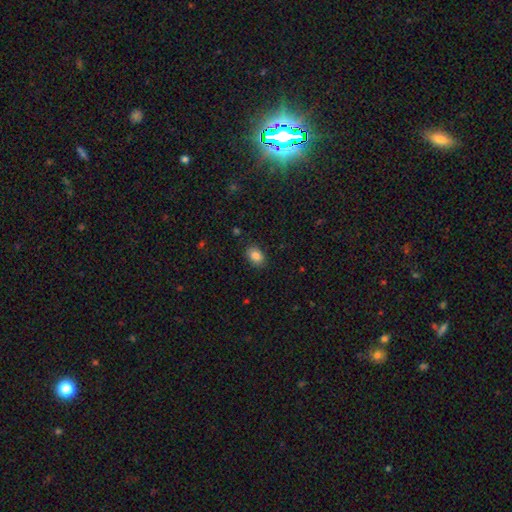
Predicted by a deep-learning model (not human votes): smooth 86%, star or artifact 9%, featured or disk 5%. Down the decision tree: how rounded — in between (80%); merging — none (86%).